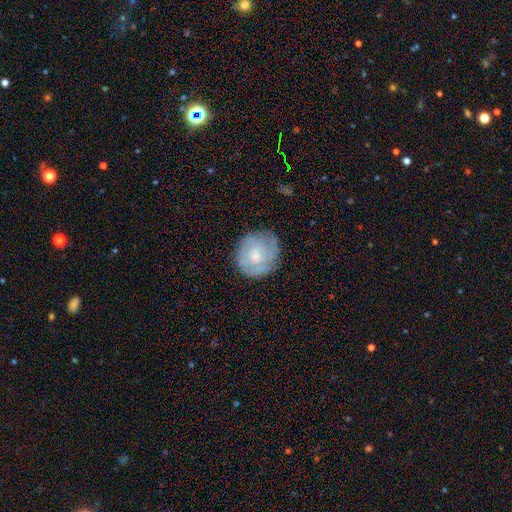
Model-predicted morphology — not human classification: The model was most divided on "smooth or featured": featured or disk: 49%, smooth: 45%, star or artifact: 7%. More confident: merging — none (73%).